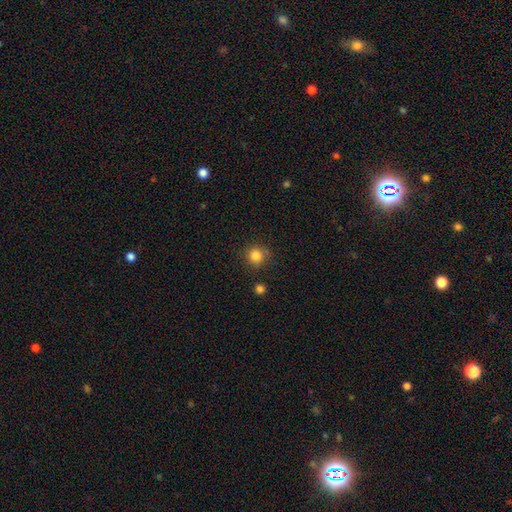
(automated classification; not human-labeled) This is clearly a smooth galaxy (84%). How rounded: clearly round (90%). Merging: clearly none (81%).